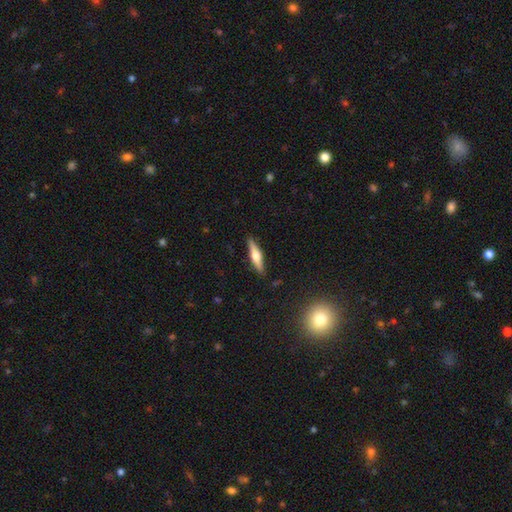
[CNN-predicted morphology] A featured or disk galaxy (57%) viewed edge-on (96%) with a rounded central bulge (92%).

Vote fractions:
- Smooth or featured? featured or disk: 57% / smooth: 37% / star or artifact: 6%
- Edge-on disk? yes: 96% / no: 4%
- Edge-on bulge? rounded: 92% / boxy: 5% / none: 3%
- Merging? none: 89% / minor disturbance: 8% / major disturbance: 2% / merger: 1%